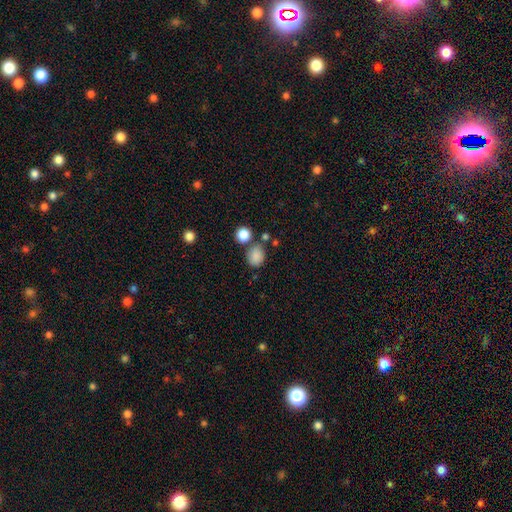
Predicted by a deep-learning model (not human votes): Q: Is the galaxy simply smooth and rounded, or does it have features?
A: smooth — 84%.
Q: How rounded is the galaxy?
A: round — 51%.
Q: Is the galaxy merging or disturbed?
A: none — 67%.